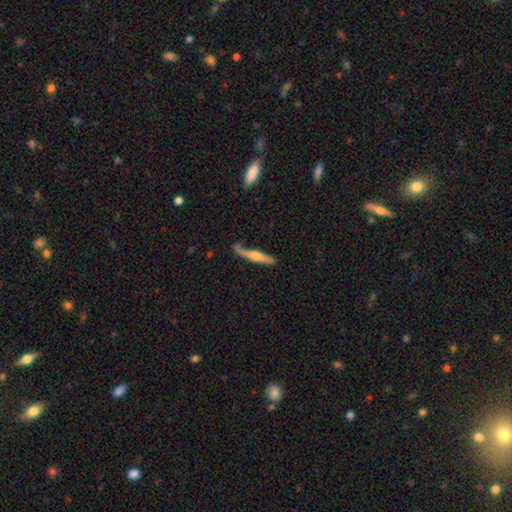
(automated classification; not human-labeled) Morphology: type=featured or disk (53%); edge-on=yes (86%); merging=none (62%).